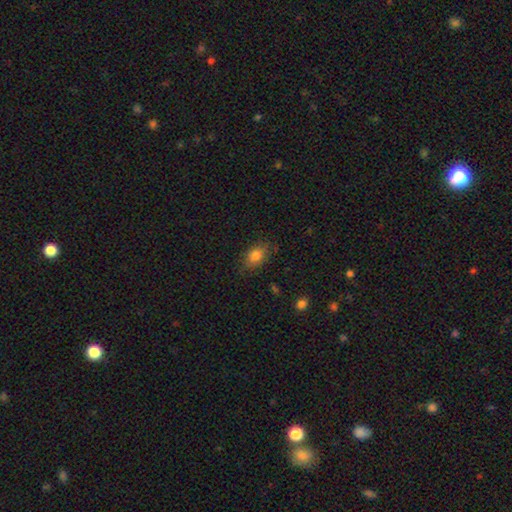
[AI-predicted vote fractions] Smooth or featured?
  - smooth: 82% *
  - star or artifact: 9%
  - featured or disk: 9%
How rounded?
  - in between: 80% *
  - round: 17%
  - cigar-shaped: 2%
Merging?
  - none: 79% *
  - minor disturbance: 16%
  - major disturbance: 4%
  - merger: 1%